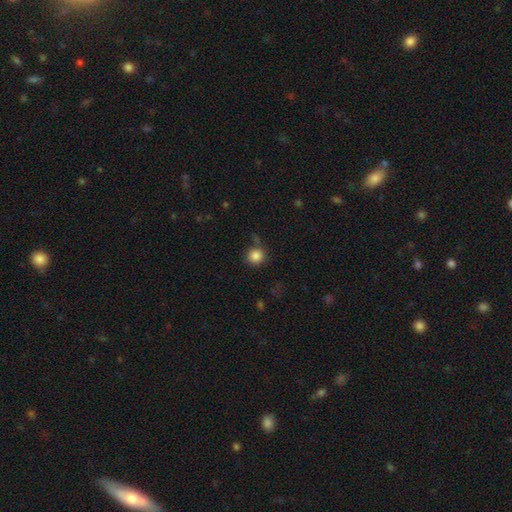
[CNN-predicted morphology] This is clearly a smooth galaxy (85%). How rounded: clearly round (93%). Merging: likely none (77%).